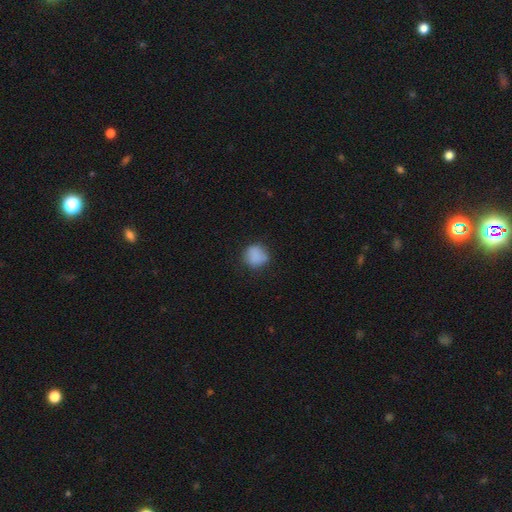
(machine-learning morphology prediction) Q: Smooth or featured?
A: smooth (84%); runner-up: star or artifact (9%)
Q: How rounded?
A: round (84%); runner-up: in between (15%)
Q: Merging?
A: none (74%); runner-up: minor disturbance (19%)